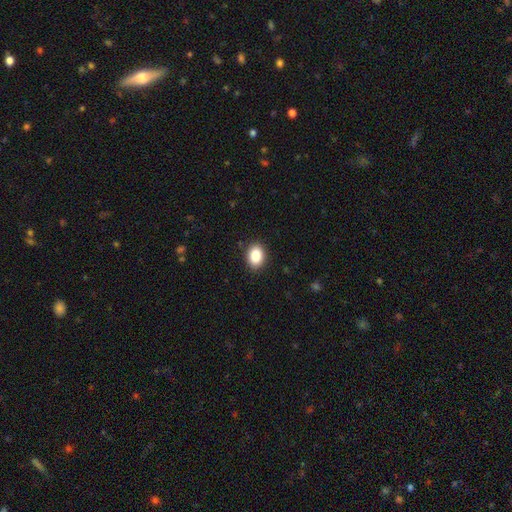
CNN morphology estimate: smooth-or-featured: smooth: 88% | star or artifact: 8% | featured or disk: 4%
  how-rounded: in between: 77% | round: 22% | cigar-shaped: 1%
  merging: none: 89% | minor disturbance: 8% | major disturbance: 2% | merger: 1%